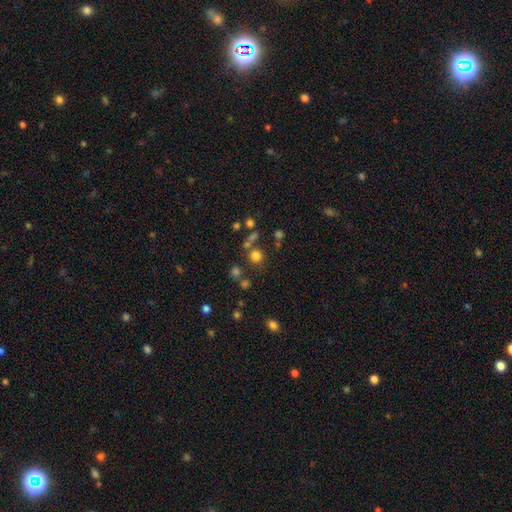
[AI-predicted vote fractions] A smooth galaxy with no disk features (74%) that is round (90%). Merging: none (70%).